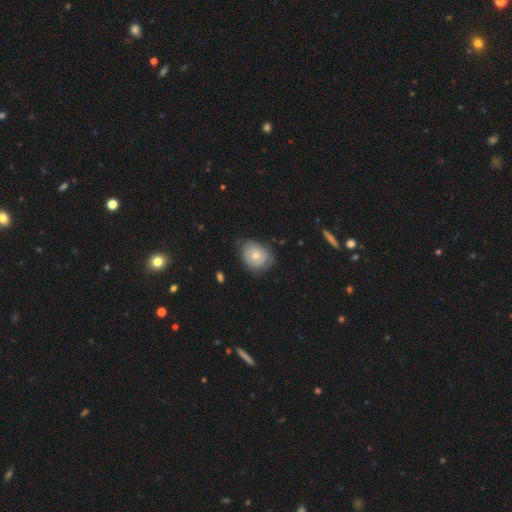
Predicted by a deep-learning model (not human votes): smooth-or-featured: featured or disk: 53% | smooth: 40% | star or artifact: 6%
  disk-edge-on: no: 96% | yes: 4%
    bar: no: 80% | weak: 17% | strong: 3%
    has-spiral-arms: yes: 71% | no: 29%
    bulge-size: moderate: 60% | small: 35% | large: 3% | none: 1% | dominant: 1%
  merging: none: 69% | minor disturbance: 24% | major disturbance: 6% | merger: 1%